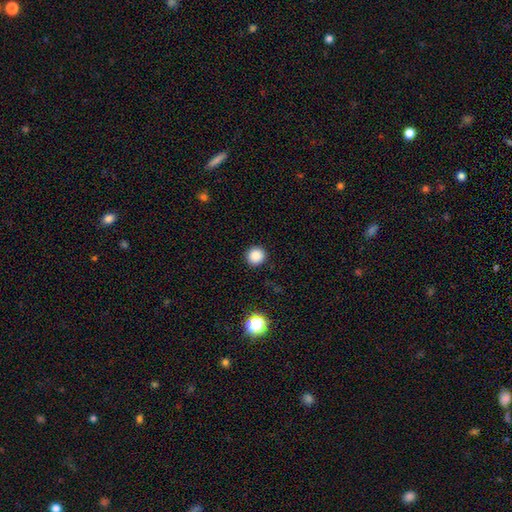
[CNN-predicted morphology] Overall: smooth (86%). How rounded: round (94%). Merging: none (92%).